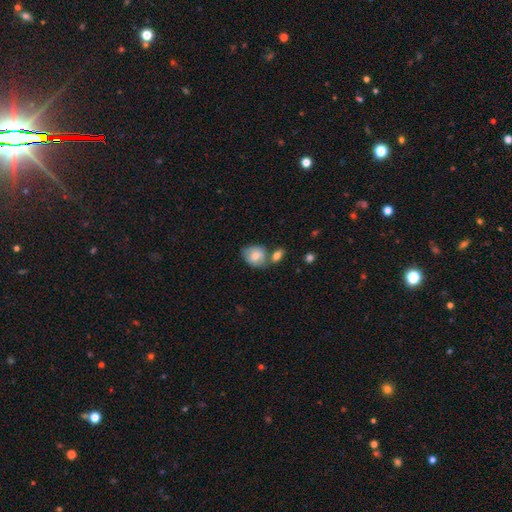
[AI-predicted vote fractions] A smooth galaxy with no disk features (71%) that is round (51%). Merging: none (44%).